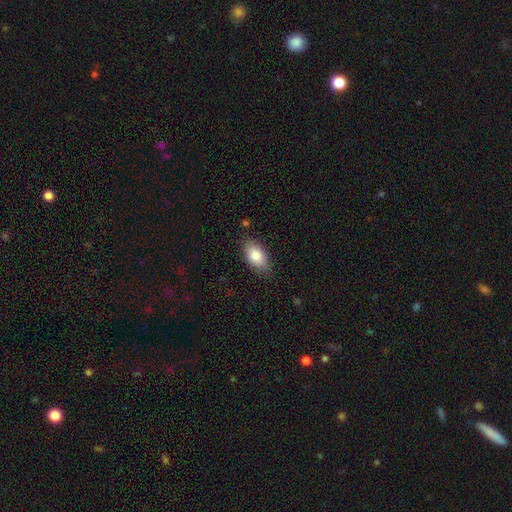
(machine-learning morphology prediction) smooth 83%, featured or disk 10%, star or artifact 7%. Down the decision tree: how rounded — in between (92%); merging — none (80%).